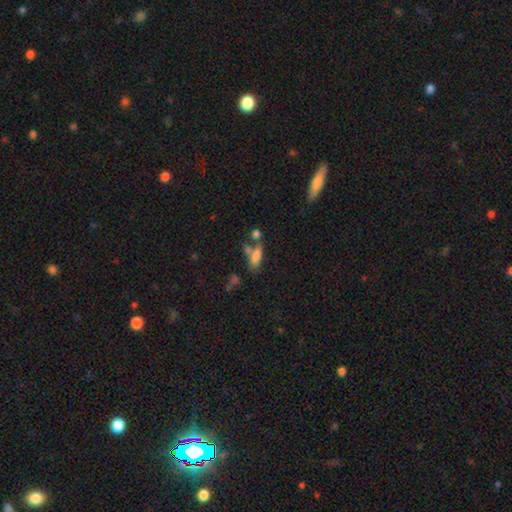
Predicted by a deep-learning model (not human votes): Smooth or featured? Predicted: smooth (p=0.77). How rounded? Predicted: in between (p=0.64). Merging? Predicted: none (p=0.48).